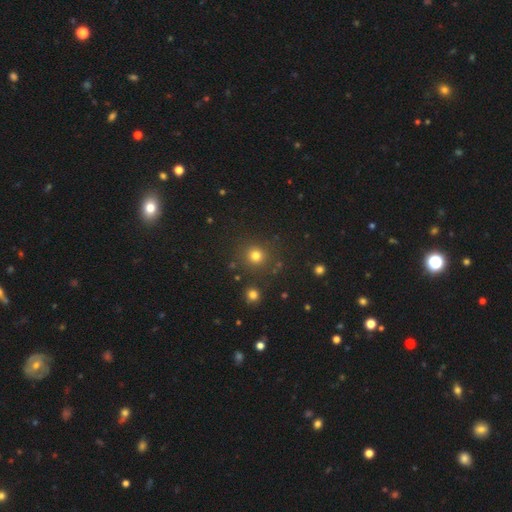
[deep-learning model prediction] smooth-or-featured: smooth: 77% | star or artifact: 17% | featured or disk: 5%
  how-rounded: round: 92% | in between: 7% | cigar-shaped: 1%
  merging: none: 86% | minor disturbance: 7% | merger: 4% | major disturbance: 3%